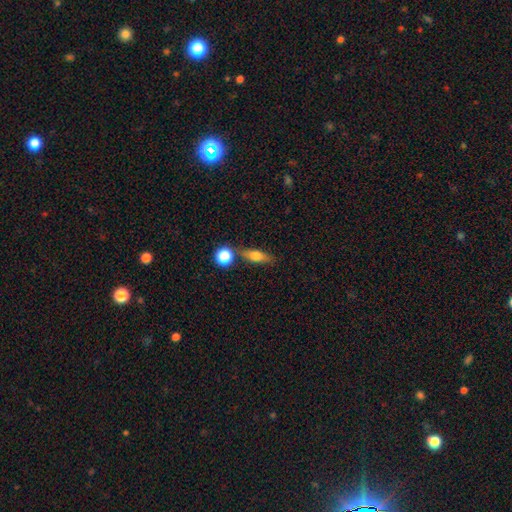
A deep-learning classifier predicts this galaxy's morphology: Overall: smooth (63%; featured or disk 27%). How rounded: in between (50%; cigar-shaped 40%). Merging: none (71%).